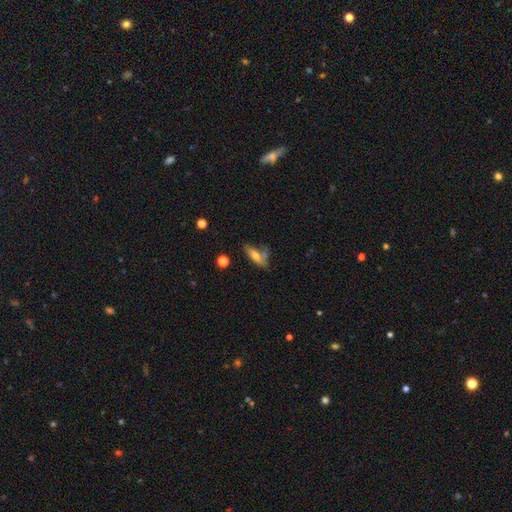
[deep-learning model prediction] The model was most divided on "how rounded": in between: 55%, cigar-shaped: 41%, round: 4%. Remaining: smooth or featured — smooth (55%); merging — none (47%).